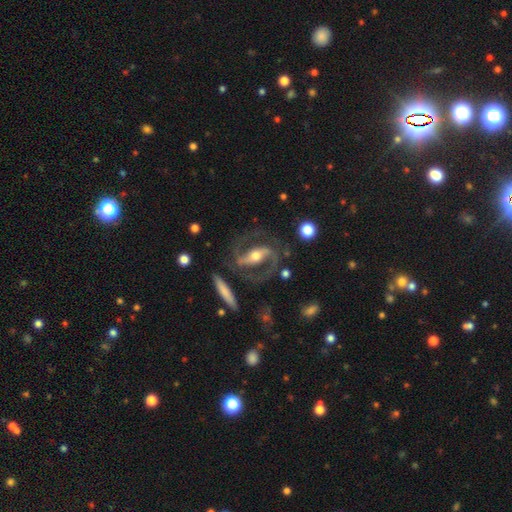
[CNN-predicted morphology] smooth_or_featured: featured or disk (p=0.90) [alt: smooth p=0.06]
disk_edge_on: no (p=0.94) [alt: yes p=0.06]
bar: strong (p=0.62) [alt: weak p=0.24]
has_spiral_arms: yes (p=0.96) [alt: no p=0.04]
spiral_winding: medium (p=0.61) [alt: tight p=0.21]
spiral_arm_count: 2 (p=0.93) [alt: can't tell p=0.02]
bulge_size: moderate (p=0.66) [alt: small p=0.24]
merging: none (p=0.74) [alt: minor disturbance p=0.13]